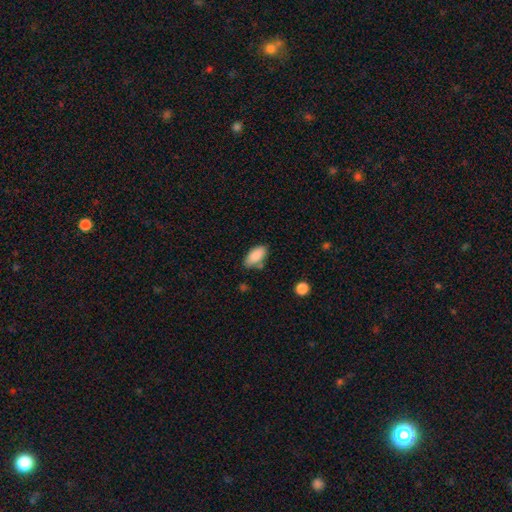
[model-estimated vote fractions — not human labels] Q: Smooth or featured?
A: smooth (88%); runner-up: star or artifact (7%)
Q: How rounded?
A: in between (92%); runner-up: cigar-shaped (6%)
Q: Merging?
A: none (72%); runner-up: minor disturbance (19%)